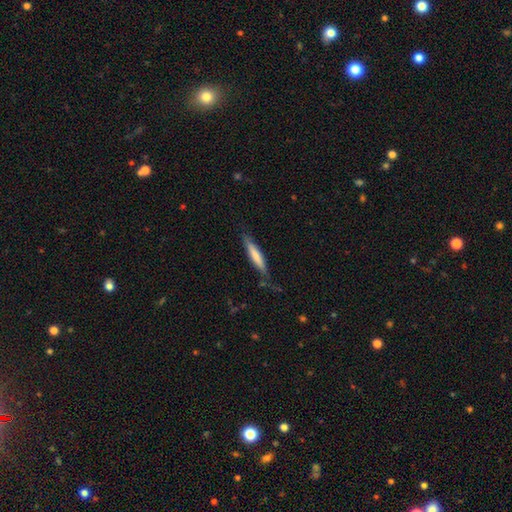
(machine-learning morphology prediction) Smooth or featured?
  - smooth: 66% *
  - featured or disk: 28%
  - star or artifact: 5%
How rounded?
  - cigar-shaped: 89% *
  - in between: 10%
  - round: 1%
Merging?
  - none: 70% *
  - minor disturbance: 21%
  - major disturbance: 6%
  - merger: 3%